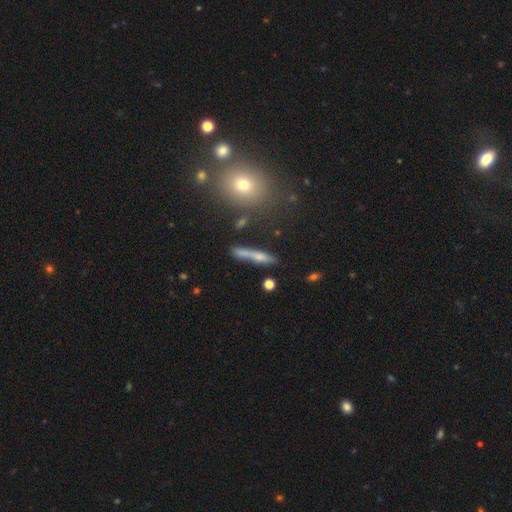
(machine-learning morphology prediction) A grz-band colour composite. It shows a smooth galaxy with no disk features (46%). Merging: none (71%).